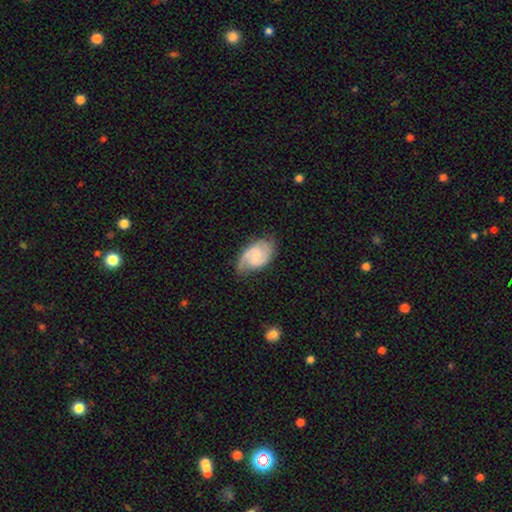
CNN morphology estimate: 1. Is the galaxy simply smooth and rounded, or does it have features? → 74% featured or disk, 20% smooth, 6% star or artifact.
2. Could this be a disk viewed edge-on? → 97% no, 3% yes.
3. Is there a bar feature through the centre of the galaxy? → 48% weak, 44% no, 8% strong.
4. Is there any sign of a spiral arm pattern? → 95% yes, 5% no.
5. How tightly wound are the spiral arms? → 49% medium, 34% tight, 17% loose.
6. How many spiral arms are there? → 80% 2, 8% can't tell, 7% 1, 3% 3, 1% 4, 1% more than 4.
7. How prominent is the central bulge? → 46% small, 27% moderate, 23% none, 4% large, 1% dominant.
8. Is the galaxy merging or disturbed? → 67% none, 23% minor disturbance, 8% major disturbance, 1% merger.